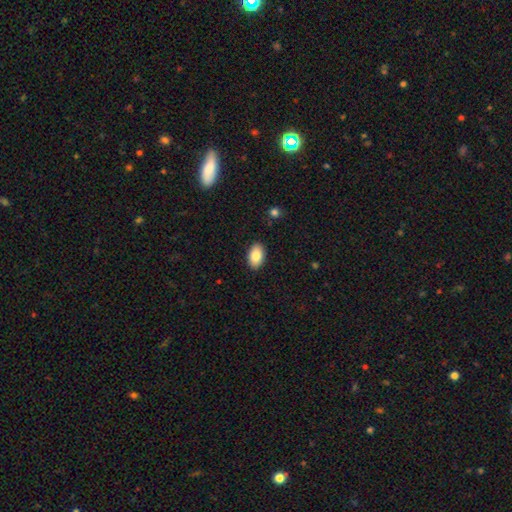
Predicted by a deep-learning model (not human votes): Overall: smooth (85%). How rounded: in between (92%). Merging: none (90%).